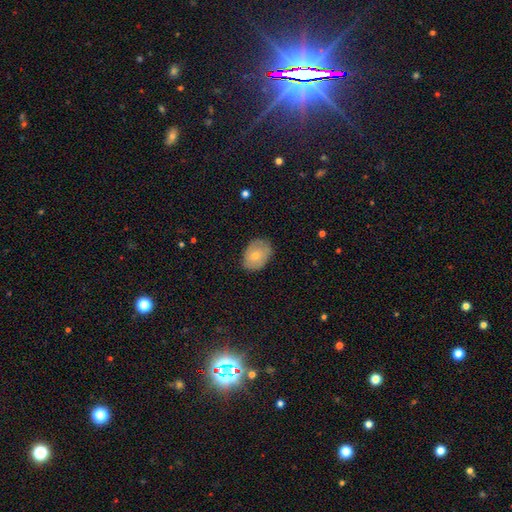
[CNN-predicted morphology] smooth 70%, featured or disk 24%, star or artifact 7%. Down the decision tree: how rounded — in between (70%); merging — none (75%).